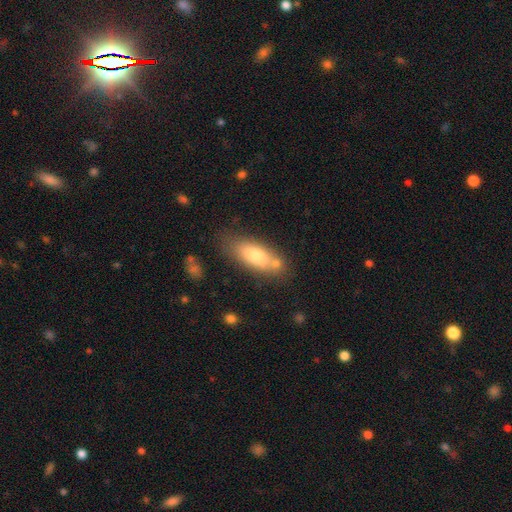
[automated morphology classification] smooth 72%, featured or disk 21%, star or artifact 8%. Down the decision tree: how rounded — in between (74%); merging — none (67%).